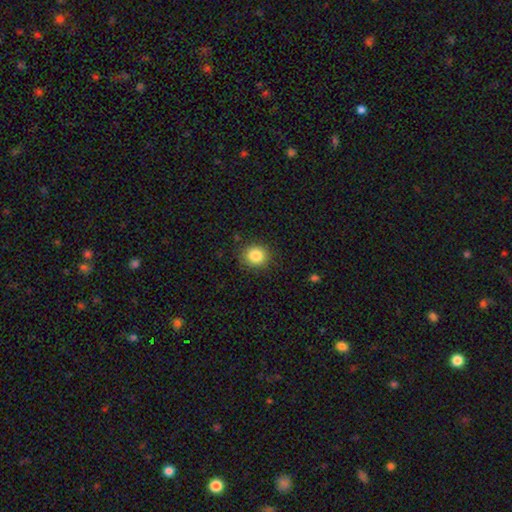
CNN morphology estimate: smooth-or-featured: smooth: 84% | star or artifact: 10% | featured or disk: 5%
  how-rounded: round: 83% | in between: 17% | cigar-shaped: 1%
  merging: none: 88% | minor disturbance: 9% | major disturbance: 2% | merger: 1%